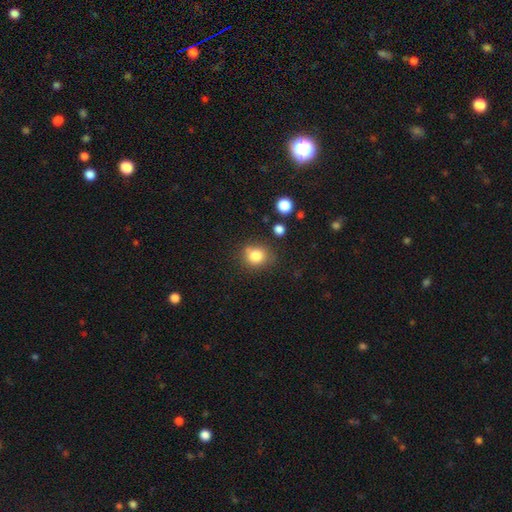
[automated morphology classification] smooth-or-featured: smooth: 83% | star or artifact: 11% | featured or disk: 7%
  how-rounded: round: 74% | in between: 25% | cigar-shaped: 1%
  merging: none: 72% | minor disturbance: 16% | merger: 7% | major disturbance: 4%